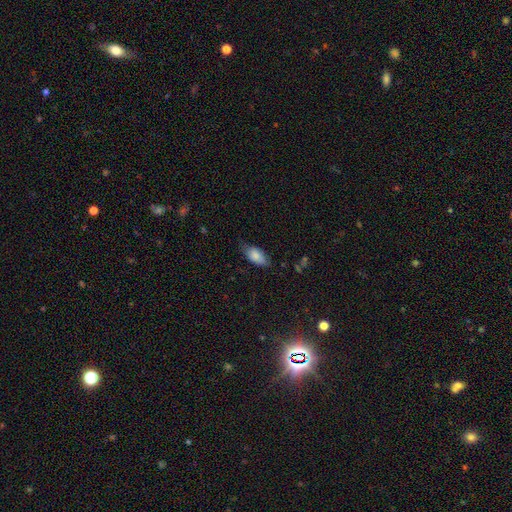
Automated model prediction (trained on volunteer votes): smooth-or-featured: smooth: 80% | featured or disk: 13% | star or artifact: 7%
  how-rounded: in between: 89% | cigar-shaped: 7% | round: 3%
  merging: none: 64% | minor disturbance: 28% | major disturbance: 6% | merger: 1%